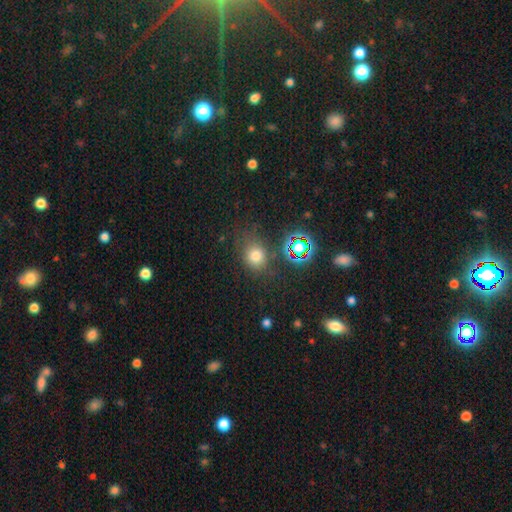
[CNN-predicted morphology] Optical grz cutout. It shows a smooth galaxy with no disk features (69%) that is round (68%). Merging: none (71%).